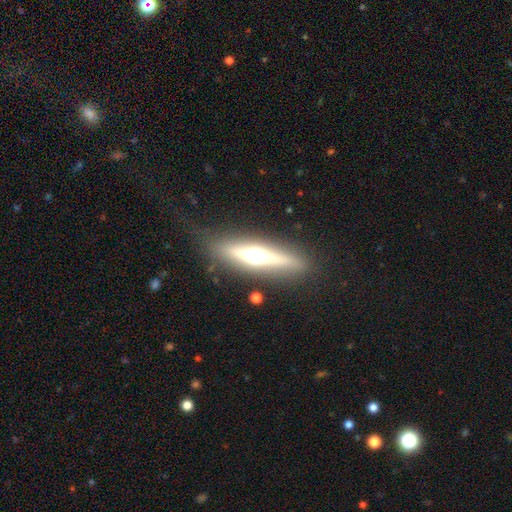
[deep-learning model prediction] Smooth or featured? featured or disk (63%)
Edge-on disk? yes (92%)
Edge-on bulge? rounded (93%)
Merging? none (85%)